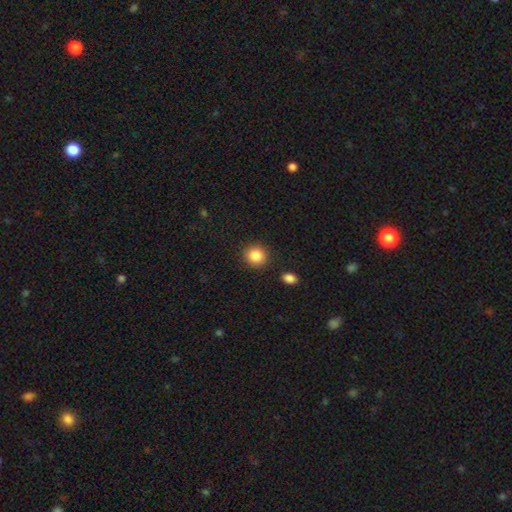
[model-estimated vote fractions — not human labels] smooth 86%, star or artifact 9%, featured or disk 5%. Down the decision tree: how rounded — round (86%); merging — none (88%).